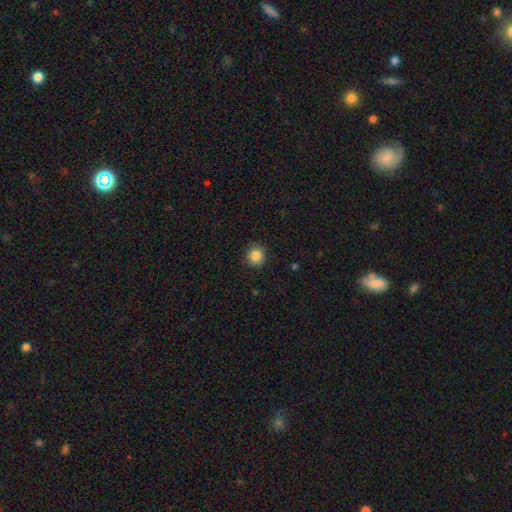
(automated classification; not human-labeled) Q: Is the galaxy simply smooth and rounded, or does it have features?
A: smooth — 86%.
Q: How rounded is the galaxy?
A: round — 91%.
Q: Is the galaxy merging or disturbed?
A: none — 88%.